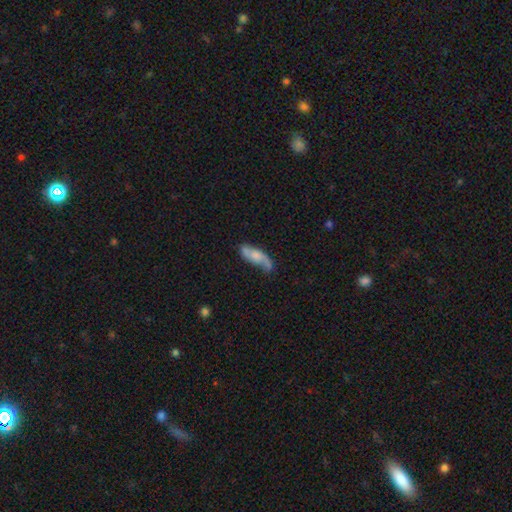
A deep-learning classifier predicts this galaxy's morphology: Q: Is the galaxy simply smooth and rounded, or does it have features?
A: featured or disk — 57%.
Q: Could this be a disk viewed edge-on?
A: no — 86%.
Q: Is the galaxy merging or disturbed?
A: none — 62%.